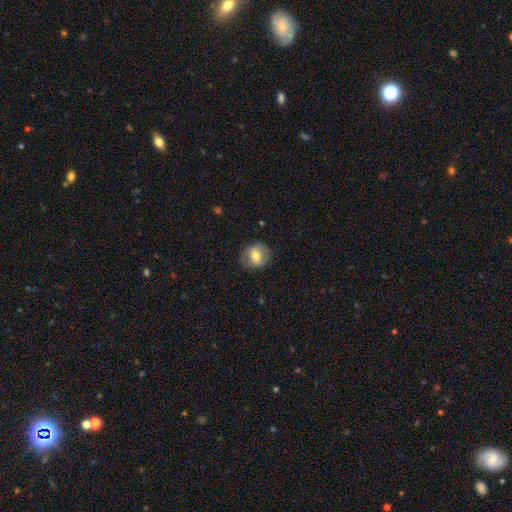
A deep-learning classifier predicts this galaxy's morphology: Smooth or featured? smooth (62%)
How rounded? round (70%)
Merging? none (81%)